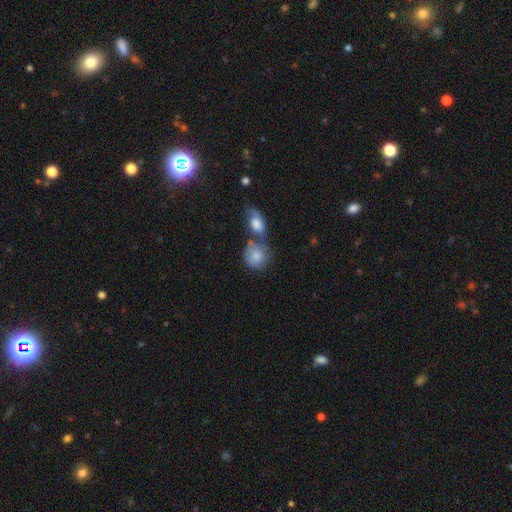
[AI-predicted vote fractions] smooth_or_featured: smooth (p=0.80) [alt: featured or disk p=0.13]
how_rounded: round (p=0.72) [alt: in between p=0.26]
merging: merger (p=0.41) [alt: none p=0.38]